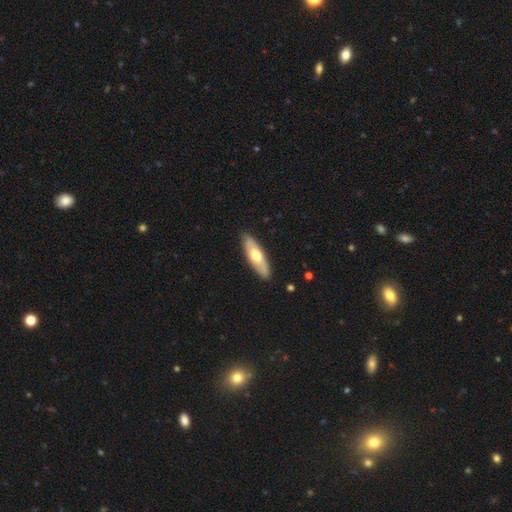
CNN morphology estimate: smooth-or-featured: smooth: 53% | featured or disk: 42% | star or artifact: 5%
  how-rounded: in between: 54% | cigar-shaped: 44% | round: 2%
  merging: none: 88% | minor disturbance: 10% | major disturbance: 2% | merger: 1%